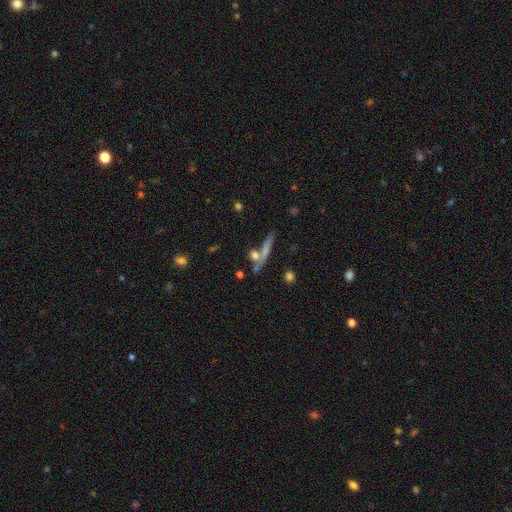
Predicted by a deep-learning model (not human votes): Overall: smooth (60%; featured or disk 29%). How rounded: cigar-shaped (66%). Merging: none (60%; merger 22%).